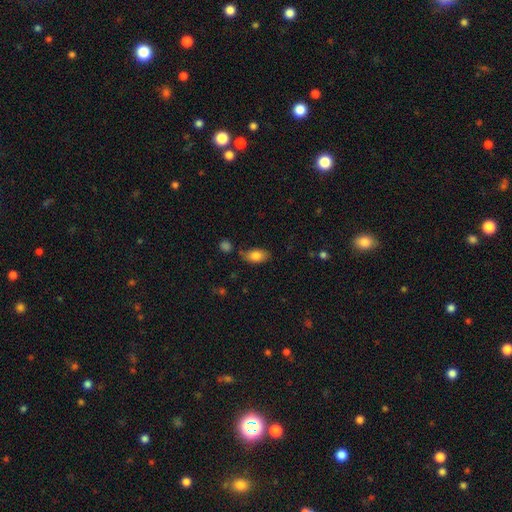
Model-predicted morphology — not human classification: smooth-or-featured: smooth: 82% | featured or disk: 10% | star or artifact: 8%
  how-rounded: in between: 91% | round: 6% | cigar-shaped: 4%
  merging: none: 73% | minor disturbance: 17% | merger: 6% | major disturbance: 4%